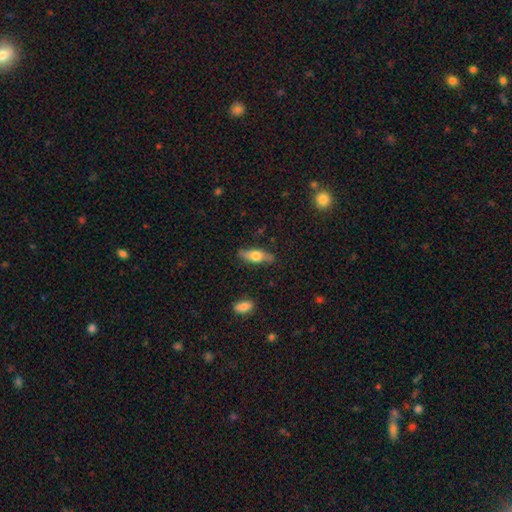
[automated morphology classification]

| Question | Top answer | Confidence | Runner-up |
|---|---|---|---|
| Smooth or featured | smooth | 59% | featured or disk (34%) |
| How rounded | in between | 60% | cigar-shaped (37%) |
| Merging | none | 81% | minor disturbance (14%) |